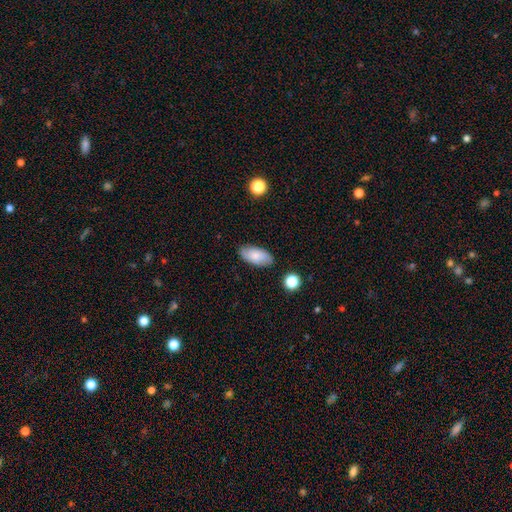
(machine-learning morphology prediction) The model was most divided on "smooth or featured": smooth: 79%, featured or disk: 14%, star or artifact: 7%. More confident: how rounded — in between (93%); merging — none (84%).